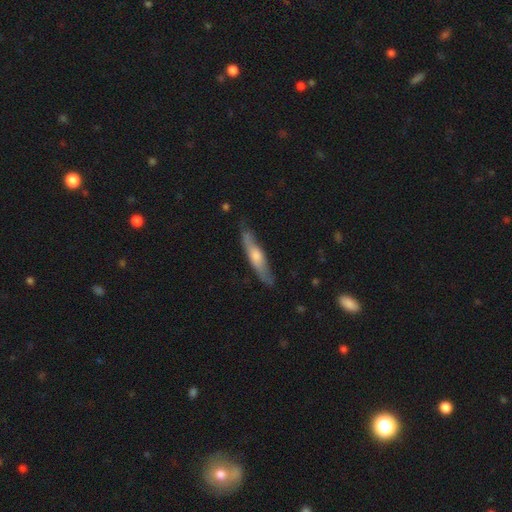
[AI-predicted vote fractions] A featured or disk galaxy (51%) viewed edge-on (82%). Merging: none (77%).